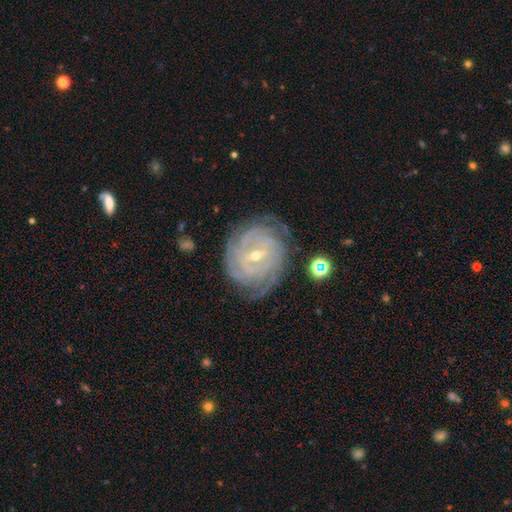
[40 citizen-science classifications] A featured or disk galaxy (80%) with a weak bar (53%), 3 (28%, tied with can't tell) tight (93%) spiral arms (97%) and a small central bulge (63%). Merging: none (95%).